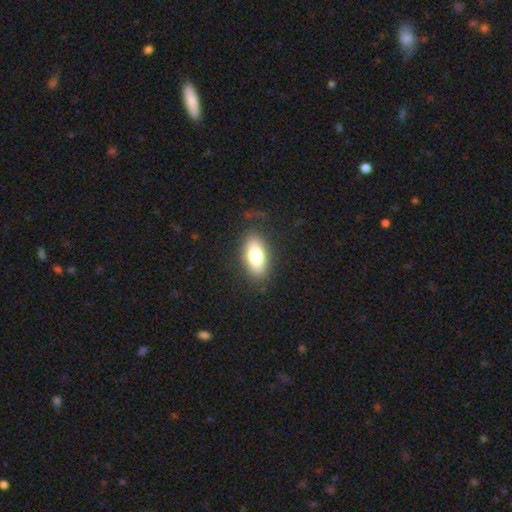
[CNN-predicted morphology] Q: Smooth or featured?
A: smooth (73%); runner-up: featured or disk (19%)
Q: How rounded?
A: in between (87%); runner-up: cigar-shaped (9%)
Q: Merging?
A: none (81%); runner-up: minor disturbance (12%)